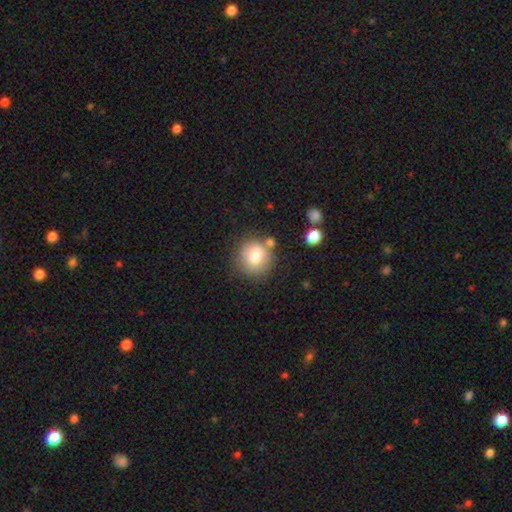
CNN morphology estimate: This is likely a smooth galaxy (76%). How rounded: clearly round (86%). Merging: likely none (71%).